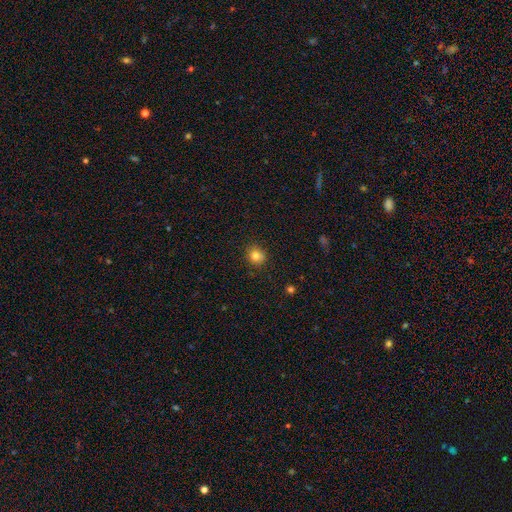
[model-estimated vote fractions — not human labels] Smooth or featured? Predicted: smooth (p=0.81). How rounded? Predicted: round (p=0.85). Merging? Predicted: none (p=0.86).